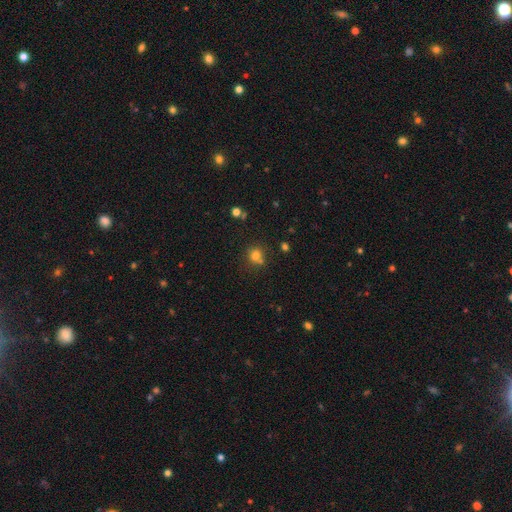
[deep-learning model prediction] Smooth or featured: smooth — 75% (star or artifact — 16%)
How rounded: round — 84% (in between — 15%)
Merging: none — 62% (merger — 21%)